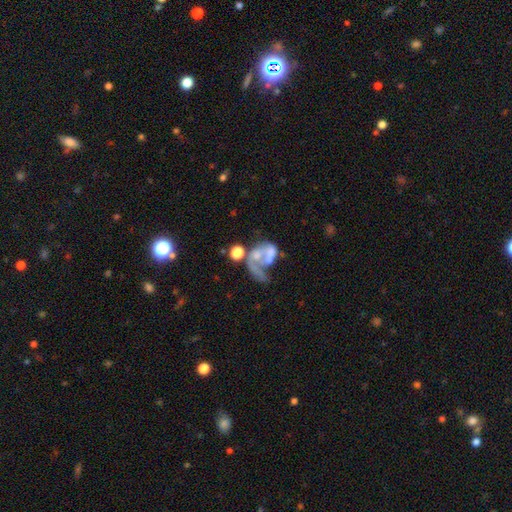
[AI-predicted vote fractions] Smooth or featured?
  - featured or disk: 58% *
  - smooth: 28%
  - star or artifact: 14%
Edge-on disk?
  - no: 97% *
  - yes: 3%
Bar?
  - no: 85% *
  - weak: 11%
  - strong: 4%
Spiral arms?
  - no: 69% *
  - yes: 31%
Bulge size?
  - none: 57% *
  - small: 18%
  - moderate: 16%
  - large: 5%
  - dominant: 3%
Merging?
  - major disturbance: 37% *
  - merger: 35%
  - none: 17%
  - minor disturbance: 10%